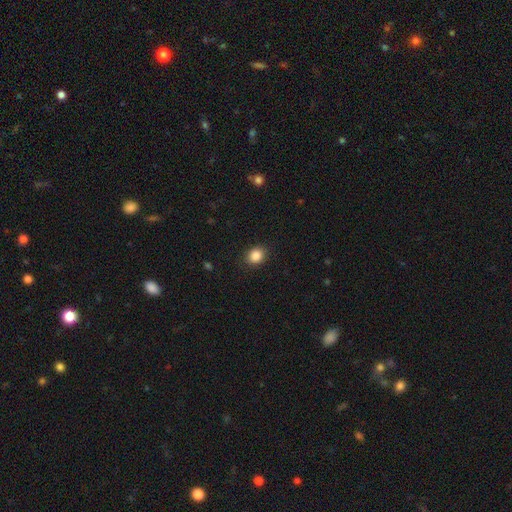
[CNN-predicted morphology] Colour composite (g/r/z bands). It shows a smooth galaxy with no disk features (86%) that is round (58%). Merging: none (89%).